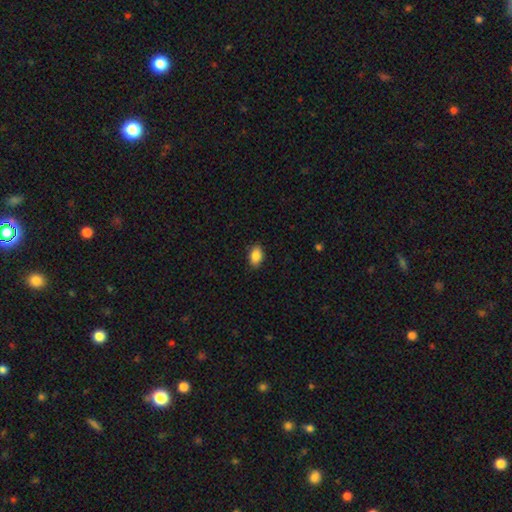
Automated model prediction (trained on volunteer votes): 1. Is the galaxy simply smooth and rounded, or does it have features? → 87% smooth, 8% star or artifact, 5% featured or disk.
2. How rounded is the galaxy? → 86% in between, 12% round, 1% cigar-shaped.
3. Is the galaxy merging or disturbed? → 88% none, 10% minor disturbance, 2% major disturbance, 1% merger.